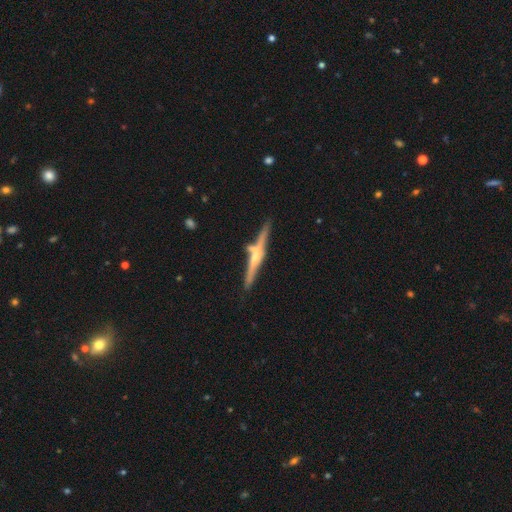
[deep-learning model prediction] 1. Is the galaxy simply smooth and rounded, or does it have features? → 68% featured or disk, 25% smooth, 6% star or artifact.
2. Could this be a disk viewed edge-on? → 94% yes, 6% no.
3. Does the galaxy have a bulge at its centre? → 66% rounded, 22% none, 12% boxy.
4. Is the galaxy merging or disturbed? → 60% none, 20% merger, 15% minor disturbance, 6% major disturbance.